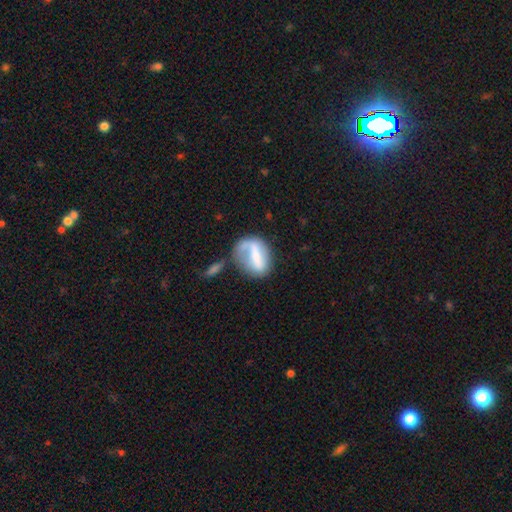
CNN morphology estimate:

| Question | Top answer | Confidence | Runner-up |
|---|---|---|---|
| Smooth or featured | featured or disk | 48% | smooth (44%) |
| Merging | none | 41% | minor disturbance (24%) |